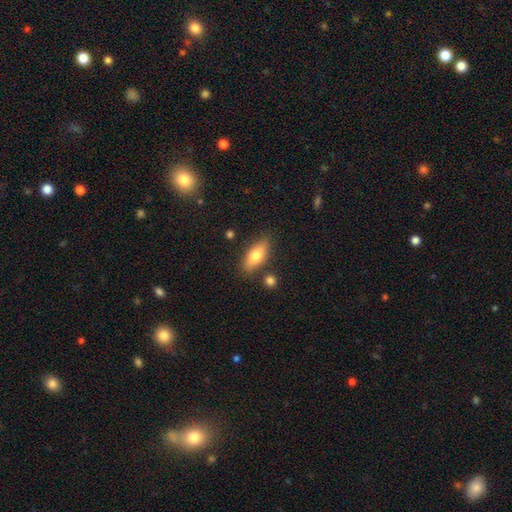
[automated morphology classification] Smooth or featured? Predicted: smooth (p=0.72). How rounded? Predicted: in between (p=0.79). Merging? Predicted: none (p=0.81).